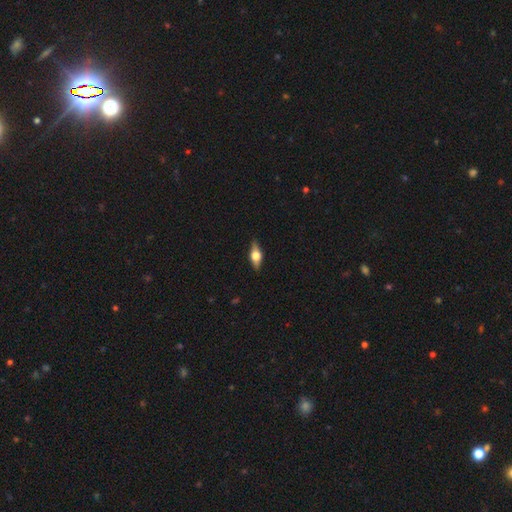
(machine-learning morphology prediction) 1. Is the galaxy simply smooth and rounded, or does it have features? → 57% featured or disk, 35% smooth, 7% star or artifact.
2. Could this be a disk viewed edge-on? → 93% yes, 7% no.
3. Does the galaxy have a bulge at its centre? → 92% rounded, 6% boxy, 1% none.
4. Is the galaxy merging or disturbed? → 86% none, 11% minor disturbance, 2% major disturbance, 1% merger.